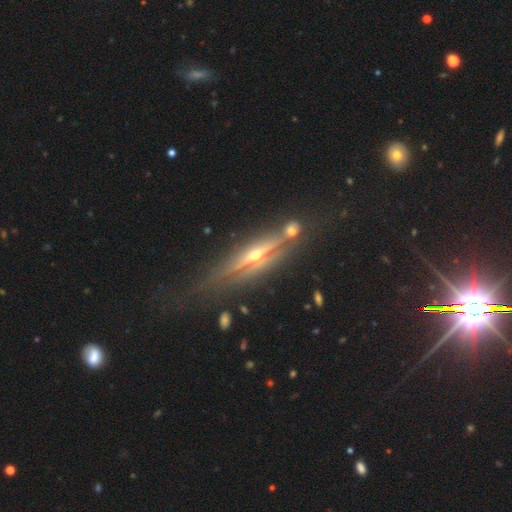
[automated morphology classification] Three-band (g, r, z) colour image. It shows a featured or disk galaxy (82%) viewed edge-on (94%) with a rounded central bulge (88%). Merging: none (69%).